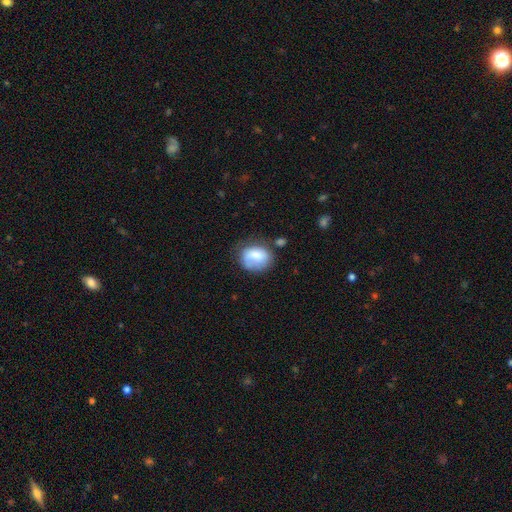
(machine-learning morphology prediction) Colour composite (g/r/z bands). It shows a smooth galaxy with no disk features (75%) that is in between round and cigar-shaped (51%). Merging: none (50%).